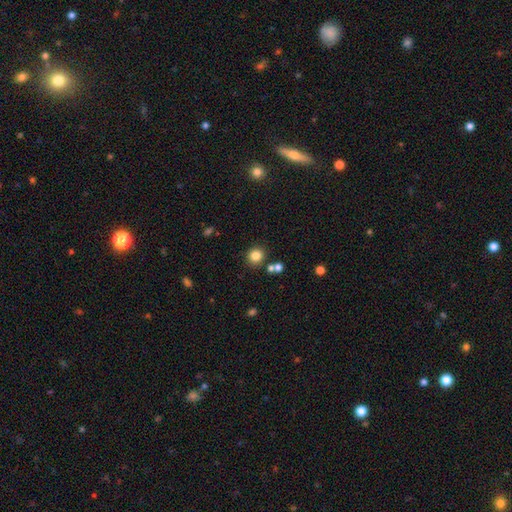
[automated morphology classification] Q: Smooth or featured?
A: smooth (83%); runner-up: star or artifact (12%)
Q: How rounded?
A: round (88%); runner-up: in between (11%)
Q: Merging?
A: none (81%); runner-up: minor disturbance (8%)